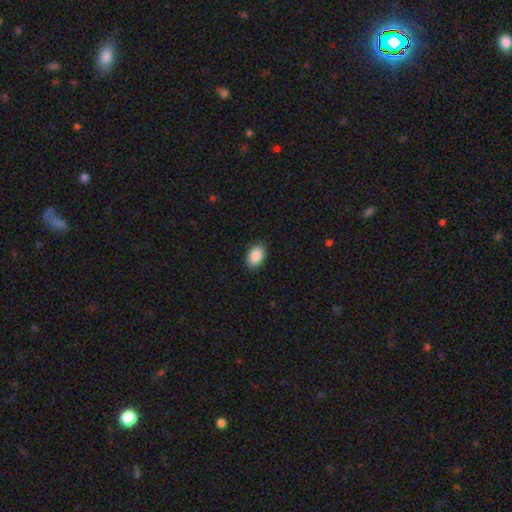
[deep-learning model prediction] Smooth or featured: smooth — 90% (star or artifact — 7%)
How rounded: in between — 91% (round — 8%)
Merging: none — 88% (minor disturbance — 9%)